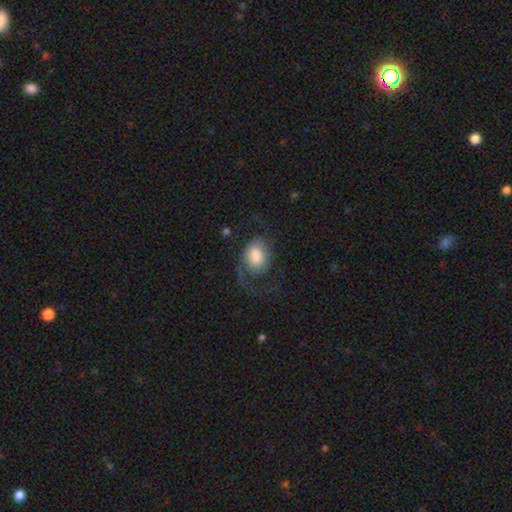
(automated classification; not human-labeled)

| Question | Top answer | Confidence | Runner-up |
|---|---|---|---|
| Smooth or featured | smooth | 47% | featured or disk (45%) |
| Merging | none | 41% | major disturbance (37%) |